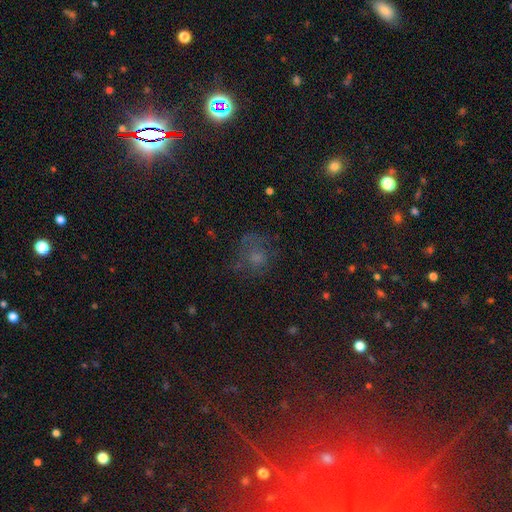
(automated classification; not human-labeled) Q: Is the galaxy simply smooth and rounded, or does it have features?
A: smooth — 44%.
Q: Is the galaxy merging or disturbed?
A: none — 56%.